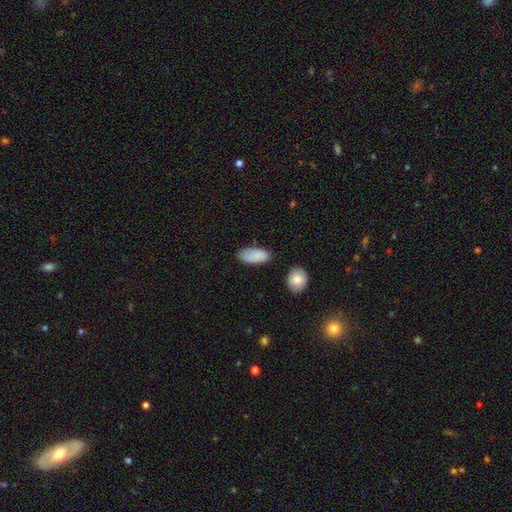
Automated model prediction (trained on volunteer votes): Q: Smooth or featured?
A: smooth (86%); runner-up: featured or disk (7%)
Q: How rounded?
A: in between (91%); runner-up: cigar-shaped (7%)
Q: Merging?
A: none (68%); runner-up: minor disturbance (23%)